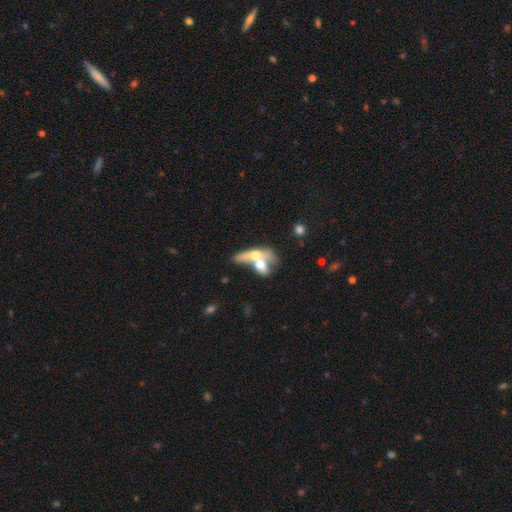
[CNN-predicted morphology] smooth-or-featured: smooth: 50% | featured or disk: 42% | star or artifact: 8%
  how-rounded: in between: 61% | cigar-shaped: 22% | round: 18%
  merging: merger: 69% | none: 15% | major disturbance: 9% | minor disturbance: 7%